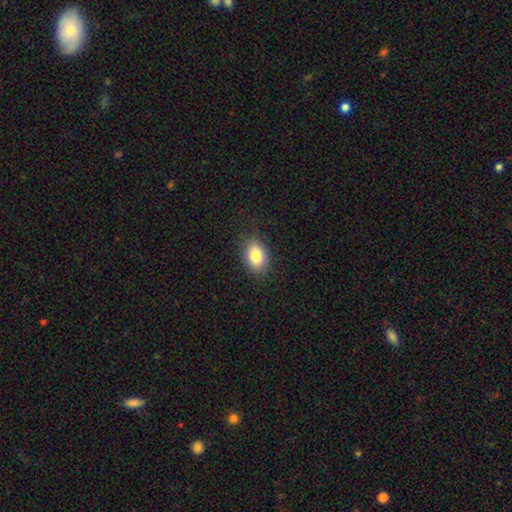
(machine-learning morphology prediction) Overall: smooth (82%). How rounded: in between (77%). Merging: none (85%).